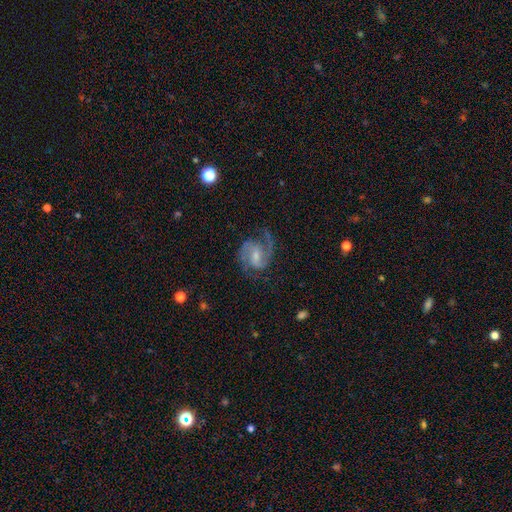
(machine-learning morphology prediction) Smooth or featured? Predicted: featured or disk (p=0.89). Edge-on disk? Predicted: no (p=0.98). Bar? Predicted: weak (p=0.52). Spiral arms? Predicted: yes (p=0.98). Spiral winding? Predicted: medium (p=0.60). Spiral arm count? Predicted: 2 (p=0.88). Bulge size? Predicted: small (p=0.54). Merging? Predicted: none (p=0.77).